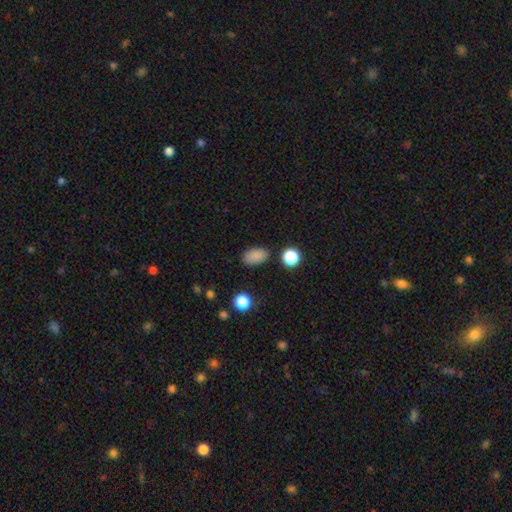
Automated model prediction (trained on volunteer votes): This is clearly a smooth galaxy (85%). How rounded: clearly in between (88%). Merging: clearly none (84%).